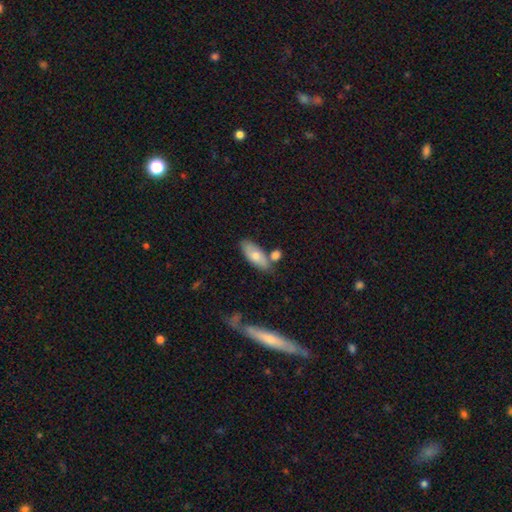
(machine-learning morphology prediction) Smooth or featured?
  - smooth: 67% *
  - featured or disk: 26%
  - star or artifact: 6%
How rounded?
  - in between: 81% *
  - cigar-shaped: 16%
  - round: 3%
Merging?
  - none: 65% *
  - merger: 16%
  - minor disturbance: 15%
  - major disturbance: 4%